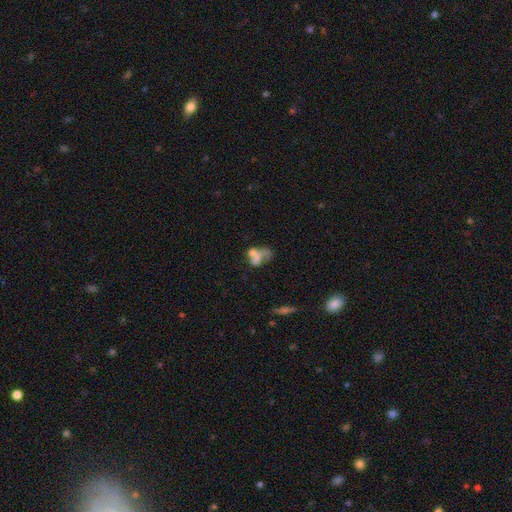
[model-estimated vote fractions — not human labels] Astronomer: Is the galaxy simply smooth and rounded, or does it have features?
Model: smooth — 51% (runner-up: featured or disk, 35%).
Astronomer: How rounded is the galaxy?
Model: in between — 73%.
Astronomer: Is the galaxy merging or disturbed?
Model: merger — 43% (runner-up: major disturbance, 24%).